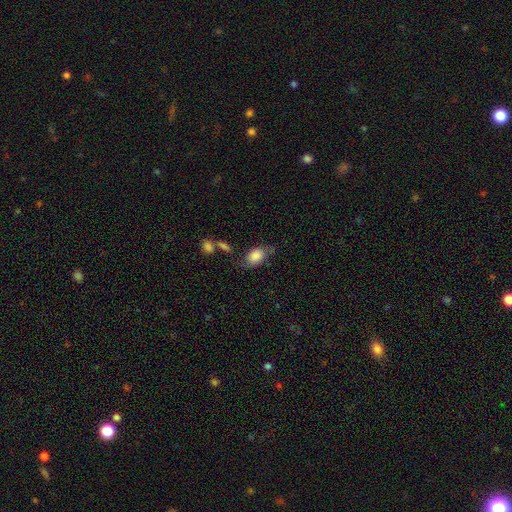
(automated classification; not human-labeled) Smooth or featured? smooth (76%)
How rounded? in between (85%)
Merging? none (52%)